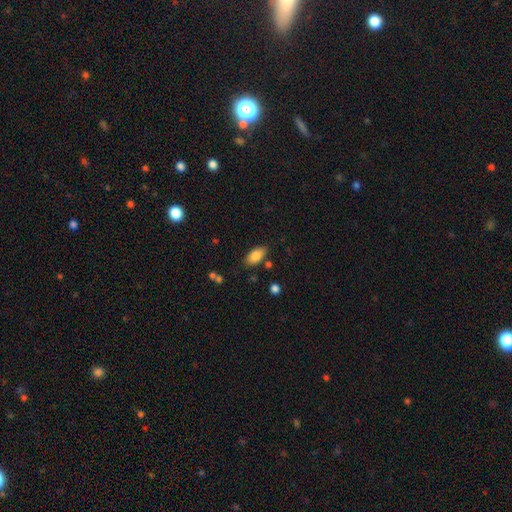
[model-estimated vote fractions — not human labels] This is clearly a smooth galaxy (84%). How rounded: clearly in between (92%). Merging: likely none (79%).